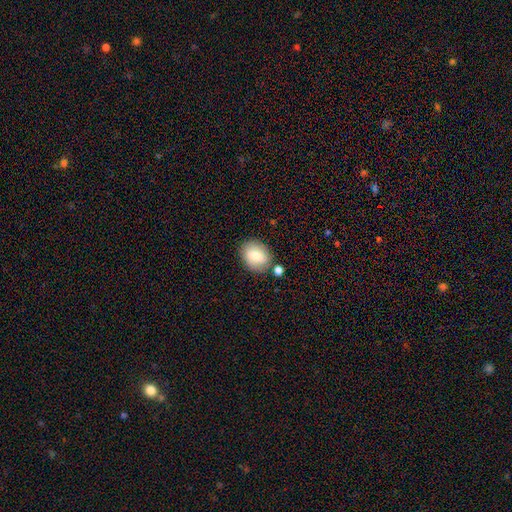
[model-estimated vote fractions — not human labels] smooth 78%, featured or disk 15%, star or artifact 8%. Down the decision tree: how rounded — in between (61%); merging — none (75%).